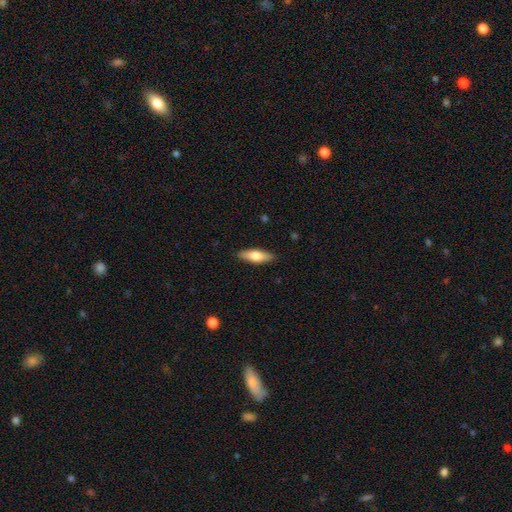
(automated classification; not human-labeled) Smooth or featured: smooth — 70% (featured or disk — 25%)
How rounded: in between — 58% (cigar-shaped — 39%)
Merging: none — 88% (minor disturbance — 9%)